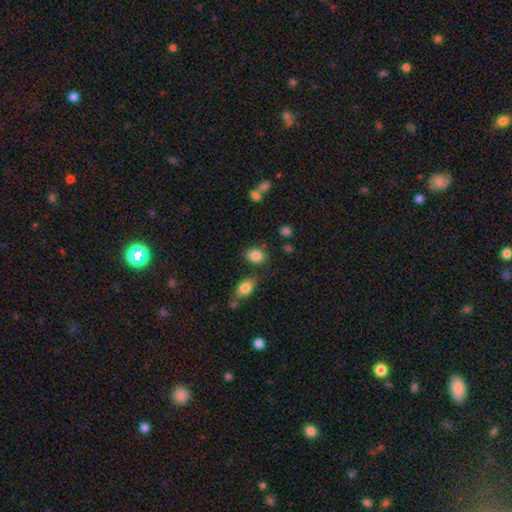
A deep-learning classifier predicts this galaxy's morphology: smooth-or-featured: smooth: 85% | star or artifact: 9% | featured or disk: 6%
  how-rounded: in between: 71% | round: 28% | cigar-shaped: 1%
  merging: none: 74% | minor disturbance: 15% | merger: 7% | major disturbance: 4%